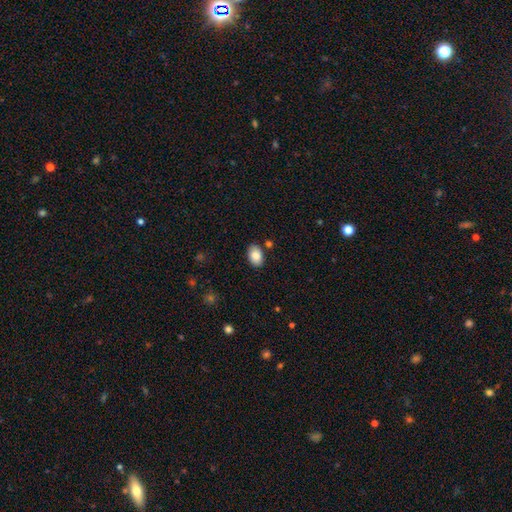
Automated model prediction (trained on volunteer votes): Morphology: type=smooth (86%); roundness=in between (88%); merging=none (84%).